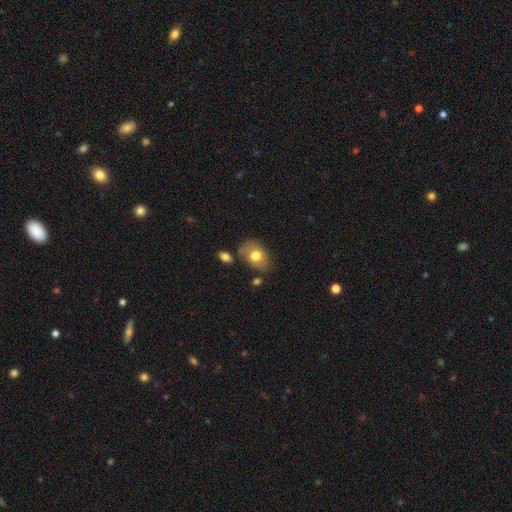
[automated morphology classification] Smooth or featured? Predicted: smooth (p=0.74). How rounded? Predicted: in between (p=0.80). Merging? Predicted: none (p=0.71).